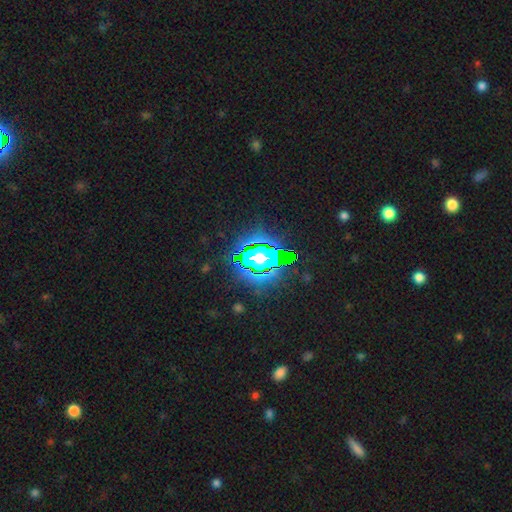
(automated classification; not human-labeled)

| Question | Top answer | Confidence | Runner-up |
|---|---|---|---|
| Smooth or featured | star or artifact | 81% | smooth (12%) |